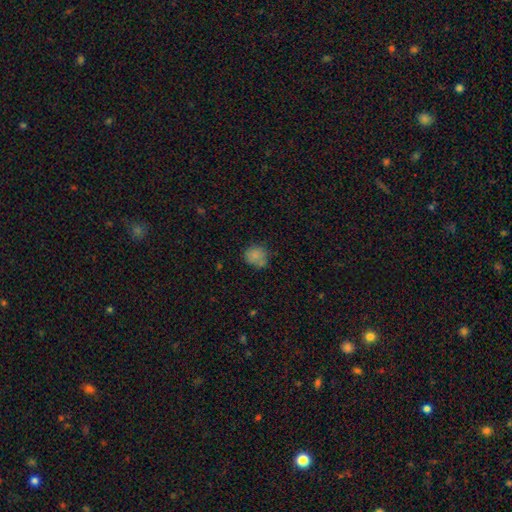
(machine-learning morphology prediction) A smooth galaxy with no disk features (81%) that is round (79%).

Vote fractions:
- Smooth or featured? smooth: 81% / star or artifact: 11% / featured or disk: 8%
- How rounded? round: 79% / in between: 20% / cigar-shaped: 1%
- Merging? none: 64% / minor disturbance: 24% / major disturbance: 7% / merger: 6%